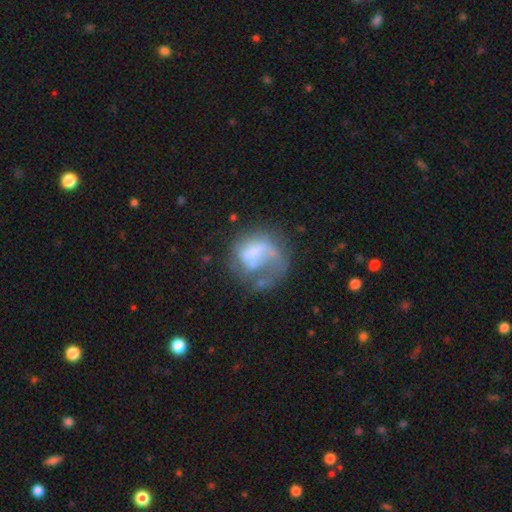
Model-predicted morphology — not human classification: featured or disk 56%, smooth 34%, star or artifact 10%. Down the decision tree: edge-on disk — no (98%); bar — no (62%); spiral arms — yes (60%); bulge size — none (47%); merging — major disturbance (37%, tied with none).